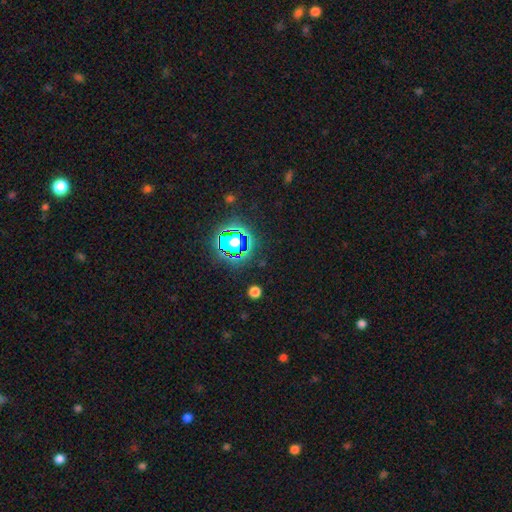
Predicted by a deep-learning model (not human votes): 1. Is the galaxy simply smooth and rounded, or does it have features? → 82% star or artifact, 11% smooth, 7% featured or disk.